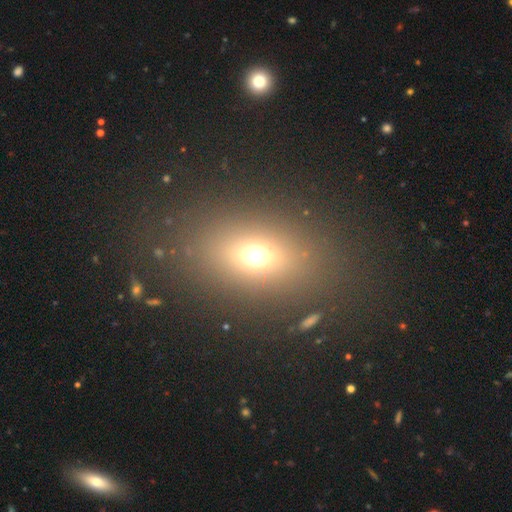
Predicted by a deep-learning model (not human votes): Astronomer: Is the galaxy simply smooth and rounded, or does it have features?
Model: smooth — 64%.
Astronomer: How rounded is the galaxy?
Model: in between — 65%.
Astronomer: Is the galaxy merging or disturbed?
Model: none — 83%.